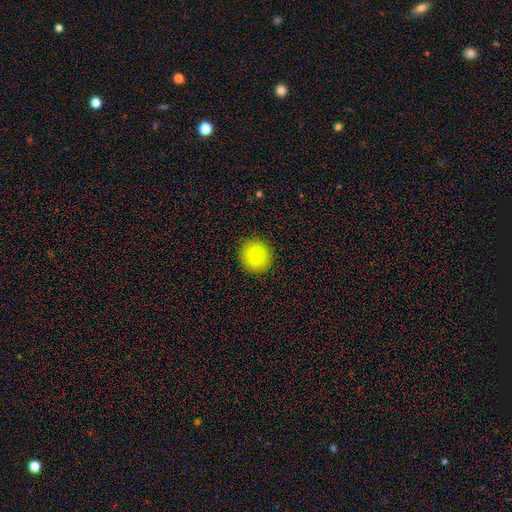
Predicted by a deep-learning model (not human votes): Q: Smooth or featured?
A: smooth (76%); runner-up: featured or disk (14%)
Q: How rounded?
A: round (88%); runner-up: in between (11%)
Q: Merging?
A: none (90%); runner-up: minor disturbance (7%)